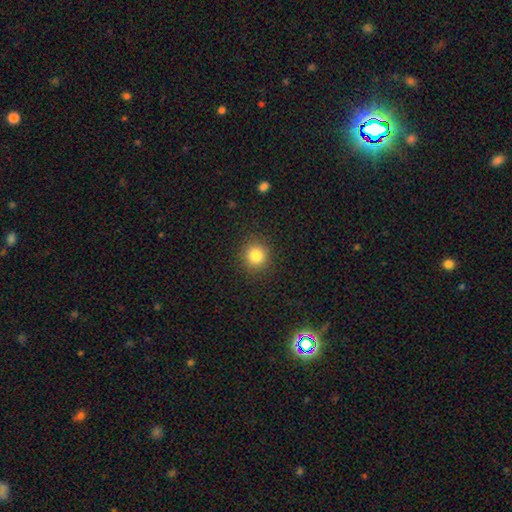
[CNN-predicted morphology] Smooth or featured: smooth — 83% (star or artifact — 11%)
How rounded: round — 92% (in between — 7%)
Merging: none — 90% (minor disturbance — 6%)